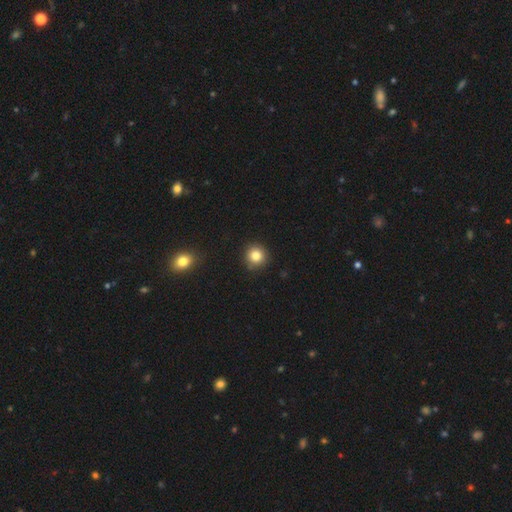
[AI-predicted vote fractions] Smooth or featured?
  - smooth: 82% *
  - star or artifact: 12%
  - featured or disk: 6%
How rounded?
  - round: 93% *
  - in between: 6%
  - cigar-shaped: 1%
Merging?
  - none: 90% *
  - minor disturbance: 7%
  - major disturbance: 2%
  - merger: 1%